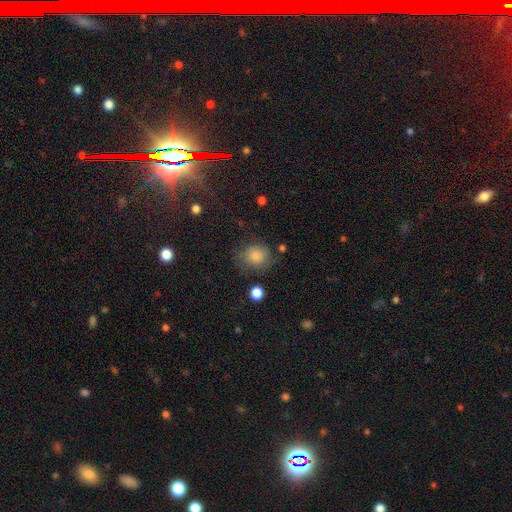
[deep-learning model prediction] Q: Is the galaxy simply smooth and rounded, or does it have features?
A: smooth — 81%.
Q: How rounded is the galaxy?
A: round — 71%.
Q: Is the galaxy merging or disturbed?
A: none — 66%.